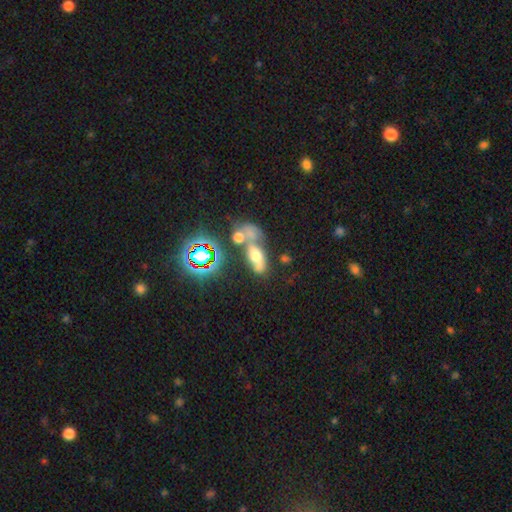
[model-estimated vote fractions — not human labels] Smooth or featured? Predicted: smooth (p=0.50). Merging? Predicted: merger (p=0.47).